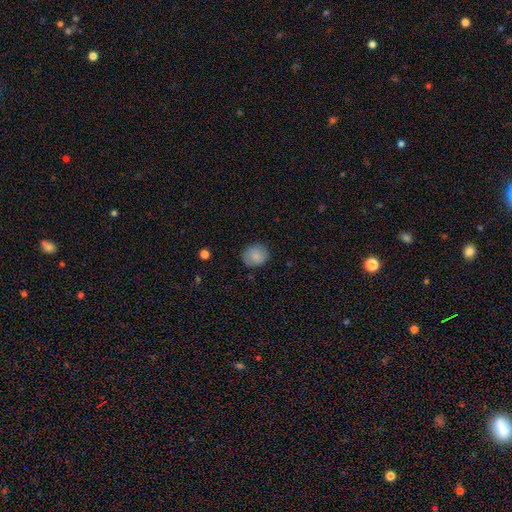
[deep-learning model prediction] Smooth or featured?
  - smooth: 84% *
  - star or artifact: 8%
  - featured or disk: 8%
How rounded?
  - round: 69% *
  - in between: 30%
  - cigar-shaped: 1%
Merging?
  - none: 84% *
  - minor disturbance: 12%
  - major disturbance: 3%
  - merger: 1%